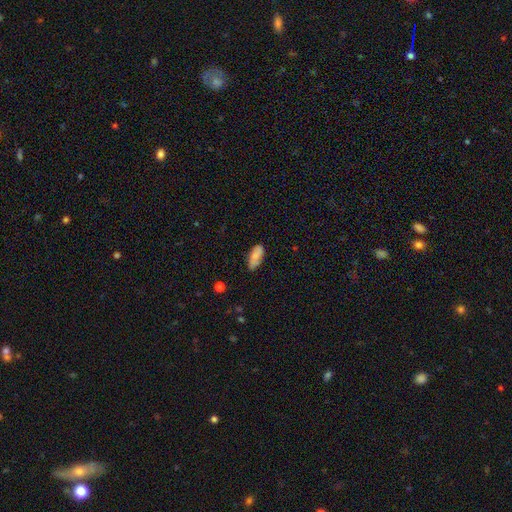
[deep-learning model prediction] smooth_or_featured: smooth (p=0.74) [alt: featured or disk p=0.19]
how_rounded: in between (p=0.85) [alt: cigar-shaped p=0.13]
merging: none (p=0.67) [alt: minor disturbance p=0.26]